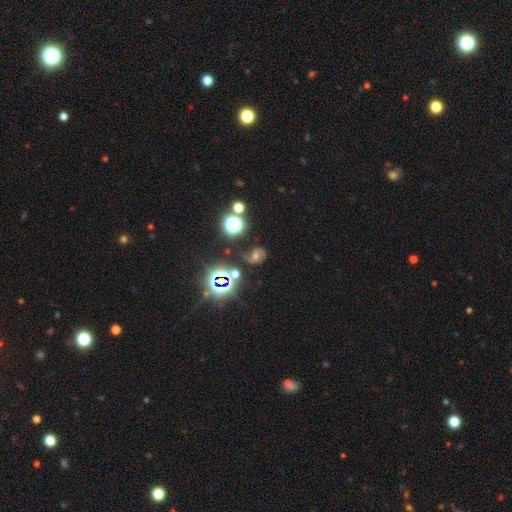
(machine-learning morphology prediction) star or artifact 43%, featured or disk 31%, smooth 26%.